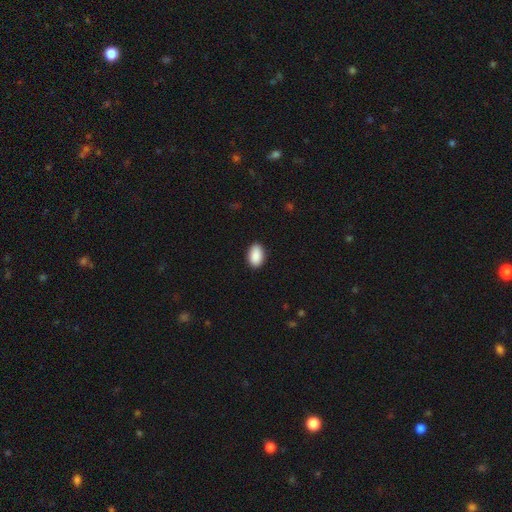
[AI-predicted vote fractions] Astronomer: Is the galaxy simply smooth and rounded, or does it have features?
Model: smooth — 91%.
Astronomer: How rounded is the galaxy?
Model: in between — 92%.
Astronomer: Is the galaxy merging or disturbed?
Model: none — 89%.